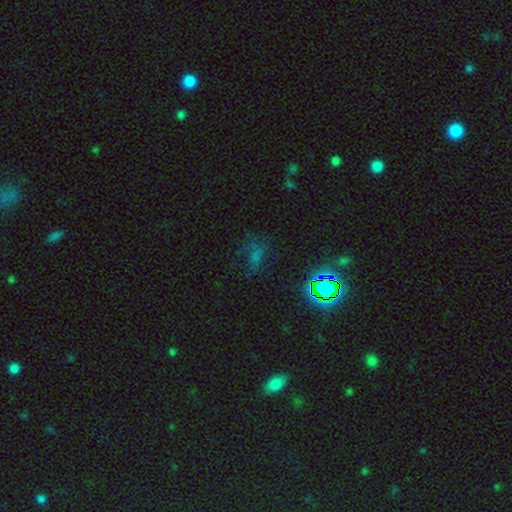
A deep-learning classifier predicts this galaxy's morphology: star or artifact 48%, smooth 34%, featured or disk 18%.